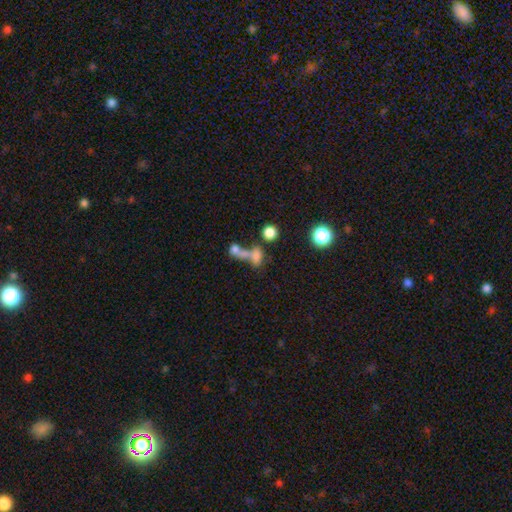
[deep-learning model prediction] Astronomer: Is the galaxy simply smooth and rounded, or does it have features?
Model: smooth — 65%.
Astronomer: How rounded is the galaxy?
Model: in between — 55% (runner-up: round, 33%).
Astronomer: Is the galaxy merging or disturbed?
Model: merger — 57%.